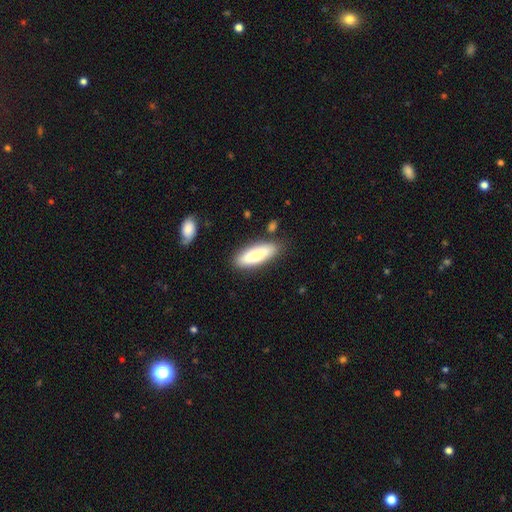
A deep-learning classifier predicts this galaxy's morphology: The model was most divided on "how rounded": in between: 57%, cigar-shaped: 41%, round: 2%. More confident: merging — none (82%); smooth or featured — smooth (72%).